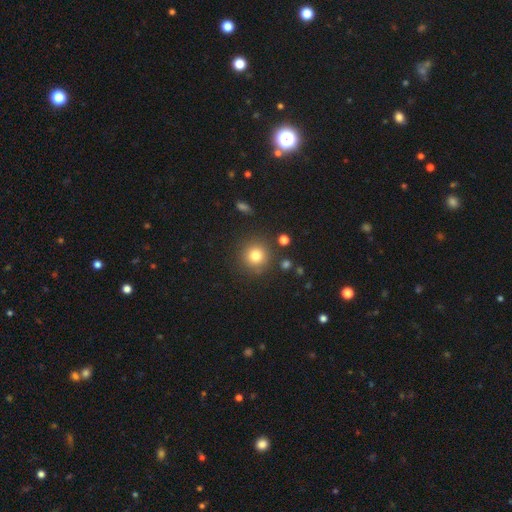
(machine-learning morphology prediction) The model was most divided on "smooth or featured": smooth: 80%, star or artifact: 12%, featured or disk: 8%. More confident: how rounded — round (93%); merging — none (86%).